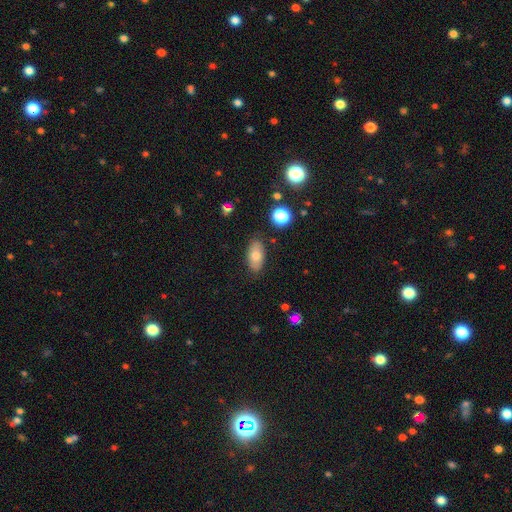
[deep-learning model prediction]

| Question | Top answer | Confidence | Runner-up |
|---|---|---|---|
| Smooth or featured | smooth | 72% | featured or disk (19%) |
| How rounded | in between | 90% | round (6%) |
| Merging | none | 84% | minor disturbance (11%) |